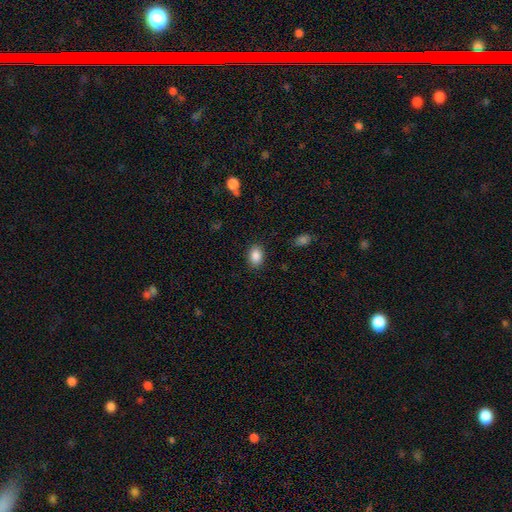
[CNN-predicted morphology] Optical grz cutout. It shows a smooth galaxy with no disk features (88%) that is in between round and cigar-shaped (76%). Merging: none (88%).